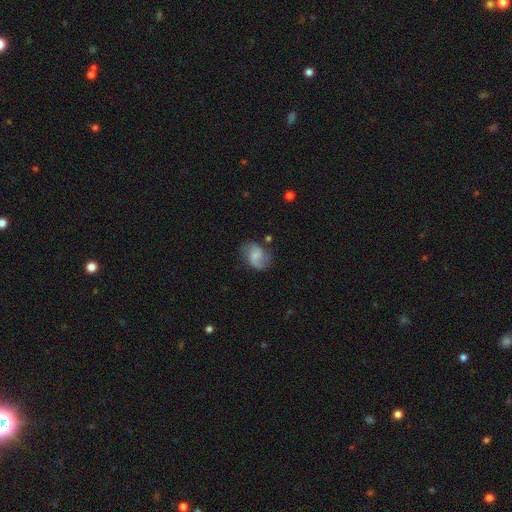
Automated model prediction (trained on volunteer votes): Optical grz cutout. It shows a featured or disk galaxy (60%) with no bar (48%), 2 (84%) loose (53%) spiral arms (91%) and a small central bulge (41%). Merging: none (67%).